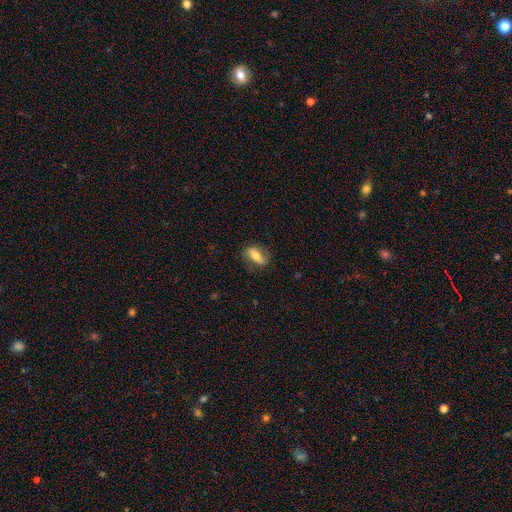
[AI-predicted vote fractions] Q: Smooth or featured?
A: smooth (60%); runner-up: featured or disk (33%)
Q: How rounded?
A: in between (79%); runner-up: cigar-shaped (13%)
Q: Merging?
A: none (76%); runner-up: minor disturbance (17%)